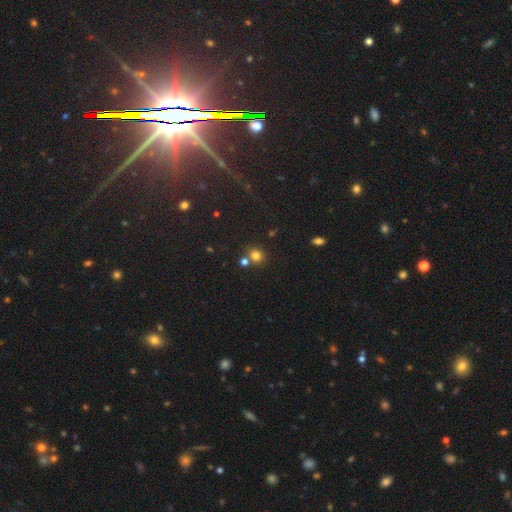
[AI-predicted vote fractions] A smooth galaxy with no disk features (76%) that is round (82%).

Vote fractions:
- Smooth or featured? smooth: 76% / star or artifact: 17% / featured or disk: 7%
- How rounded? round: 82% / in between: 17% / cigar-shaped: 1%
- Merging? none: 68% / merger: 20% / minor disturbance: 9% / major disturbance: 3%